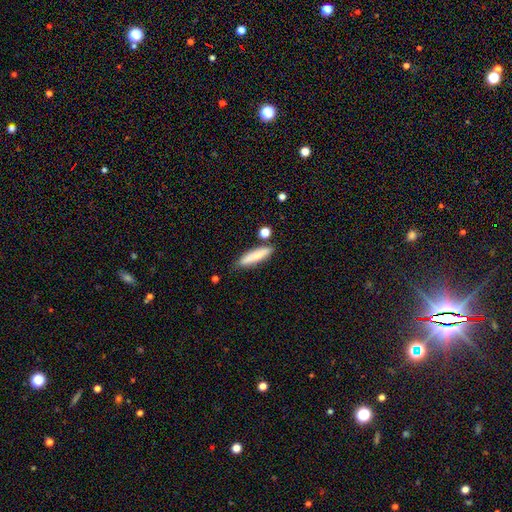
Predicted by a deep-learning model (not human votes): Smooth or featured?
  - smooth: 78% *
  - featured or disk: 16%
  - star or artifact: 7%
How rounded?
  - cigar-shaped: 74% *
  - in between: 24%
  - round: 2%
Merging?
  - none: 77% *
  - minor disturbance: 14%
  - merger: 6%
  - major disturbance: 3%